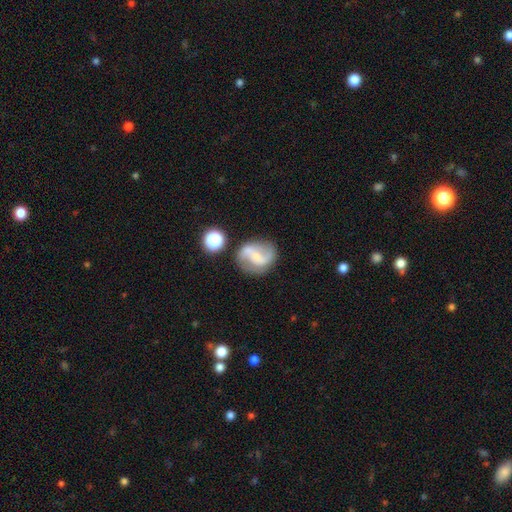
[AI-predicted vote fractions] A featured or disk galaxy (74%) with a weak bar (43%), 2 (88%) loose (44%) spiral arms (92%) and a small central bulge (55%). Merging: none (67%).